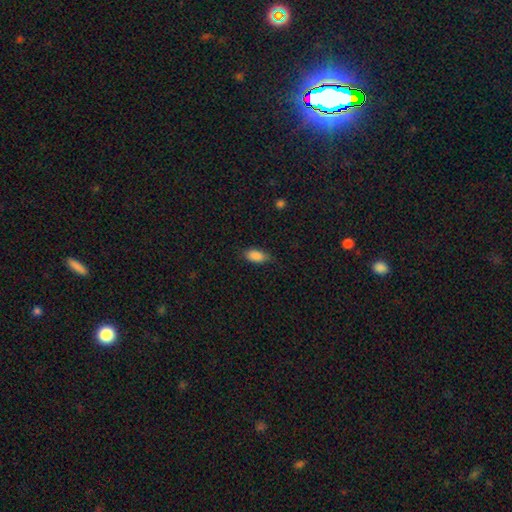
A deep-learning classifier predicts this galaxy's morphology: smooth_or_featured: smooth (p=0.88) [alt: star or artifact p=0.08]
how_rounded: in between (p=0.91) [alt: cigar-shaped p=0.05]
merging: none (p=0.75) [alt: minor disturbance p=0.20]